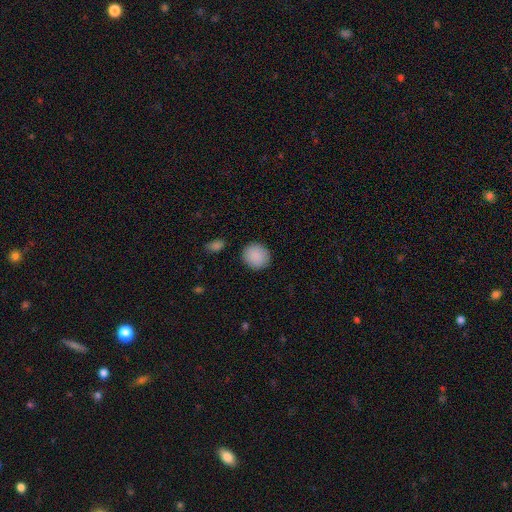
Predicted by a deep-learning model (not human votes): Q: Smooth or featured?
A: smooth (90%); runner-up: star or artifact (7%)
Q: How rounded?
A: round (89%); runner-up: in between (10%)
Q: Merging?
A: none (90%); runner-up: minor disturbance (7%)